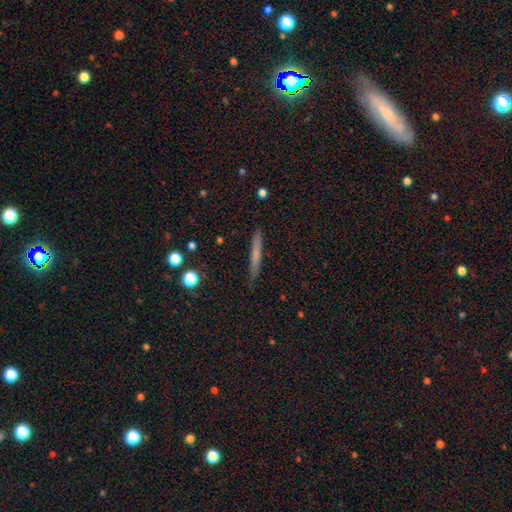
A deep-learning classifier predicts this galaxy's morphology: smooth-or-featured: smooth: 60% | featured or disk: 33% | star or artifact: 8%
  how-rounded: cigar-shaped: 95% | in between: 3% | round: 2%
  merging: none: 87% | minor disturbance: 10% | major disturbance: 2% | merger: 1%